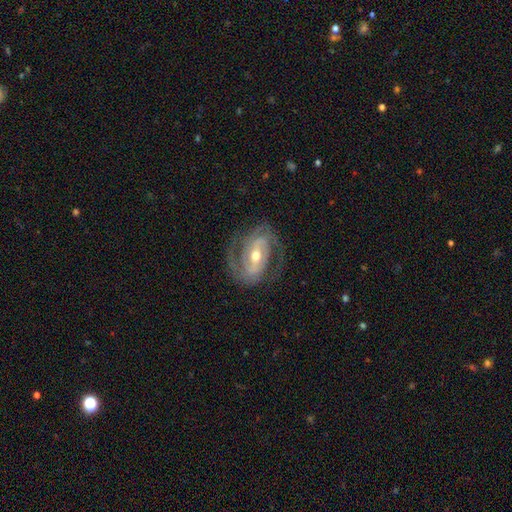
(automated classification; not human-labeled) This is clearly a featured or disk galaxy (89%). It is clearly not viewed edge-on (96%). Bar: possibly strong (46%). Spiral arm pattern: clearly yes (96%). Spiral arm count: clearly 2 (85%). Spiral winding: possibly medium (46%). Central bulge: likely moderate (64%). Merging: likely none (78%).